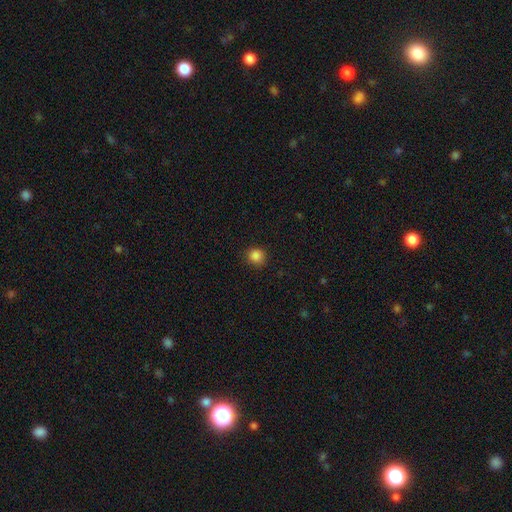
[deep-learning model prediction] smooth-or-featured: smooth: 86% | star or artifact: 12% | featured or disk: 3%
  how-rounded: round: 92% | in between: 7% | cigar-shaped: 1%
  merging: none: 89% | minor disturbance: 8% | major disturbance: 2% | merger: 1%